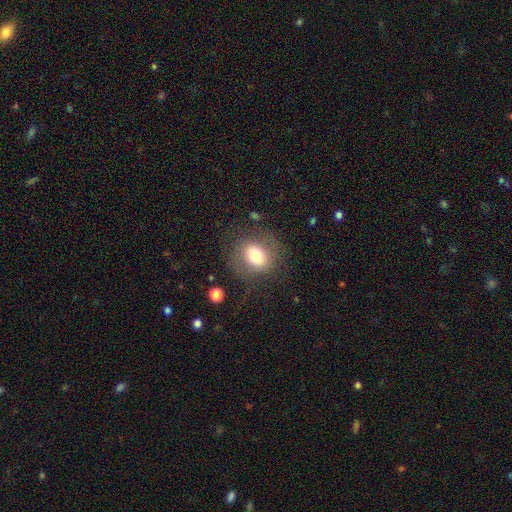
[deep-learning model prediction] smooth_or_featured: smooth (p=0.70) [alt: featured or disk p=0.21]
how_rounded: round (p=0.63) [alt: in between p=0.36]
merging: none (p=0.71) [alt: minor disturbance p=0.16]